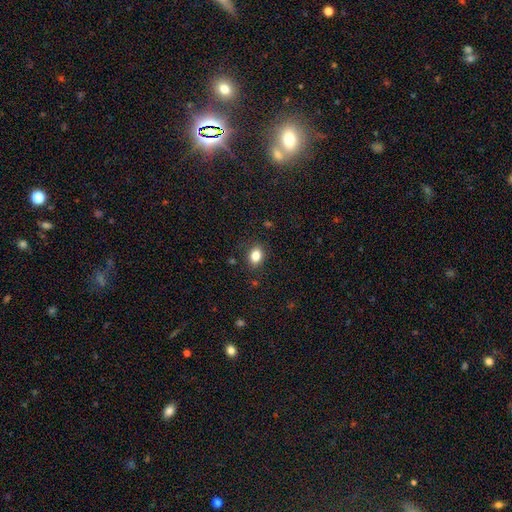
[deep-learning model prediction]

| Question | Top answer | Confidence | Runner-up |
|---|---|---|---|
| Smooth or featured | smooth | 84% | star or artifact (10%) |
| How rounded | in between | 69% | round (30%) |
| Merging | none | 86% | minor disturbance (10%) |